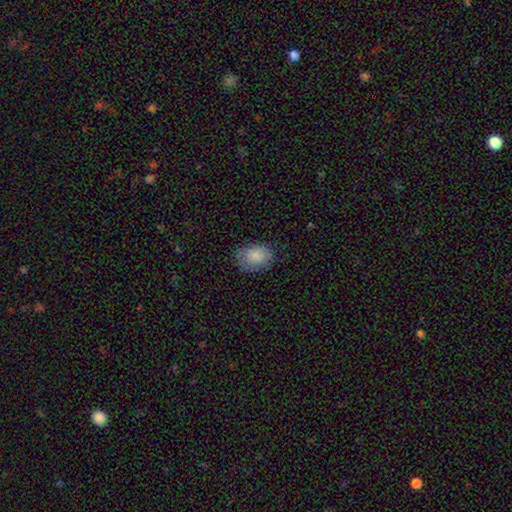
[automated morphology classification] Smooth or featured?
  - smooth: 85% *
  - featured or disk: 8%
  - star or artifact: 7%
How rounded?
  - in between: 78% *
  - round: 21%
  - cigar-shaped: 1%
Merging?
  - none: 77% *
  - minor disturbance: 18%
  - major disturbance: 5%
  - merger: 1%